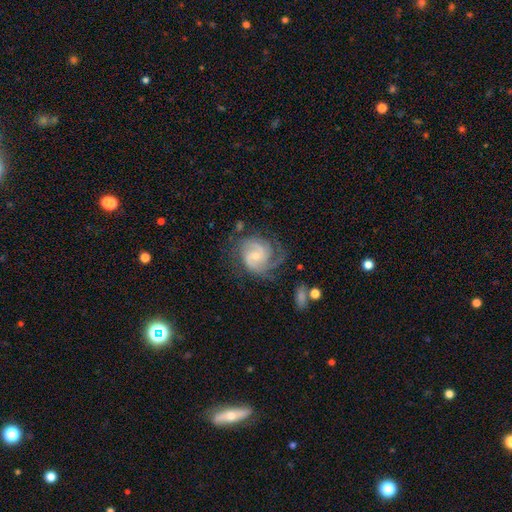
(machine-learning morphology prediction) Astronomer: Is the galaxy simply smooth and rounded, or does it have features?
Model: featured or disk — 86%.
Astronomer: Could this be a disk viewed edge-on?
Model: no — 98%.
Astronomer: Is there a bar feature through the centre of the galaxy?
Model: no — 50% (runner-up: weak, 43%).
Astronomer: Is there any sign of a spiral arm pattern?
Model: yes — 97%.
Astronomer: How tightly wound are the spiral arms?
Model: medium — 45% (runner-up: tight, 42%).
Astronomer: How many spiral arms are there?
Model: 2 — 46% (runner-up: 3, 25%).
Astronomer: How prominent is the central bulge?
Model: small — 64%.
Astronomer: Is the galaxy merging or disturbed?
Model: none — 60%.